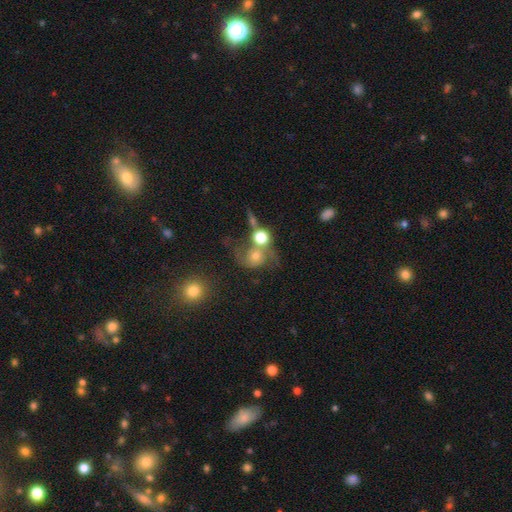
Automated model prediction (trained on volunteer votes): Smooth or featured?
  - featured or disk: 45% *
  - smooth: 41%
  - star or artifact: 13%
Merging?
  - merger: 46% *
  - none: 27%
  - major disturbance: 16%
  - minor disturbance: 11%